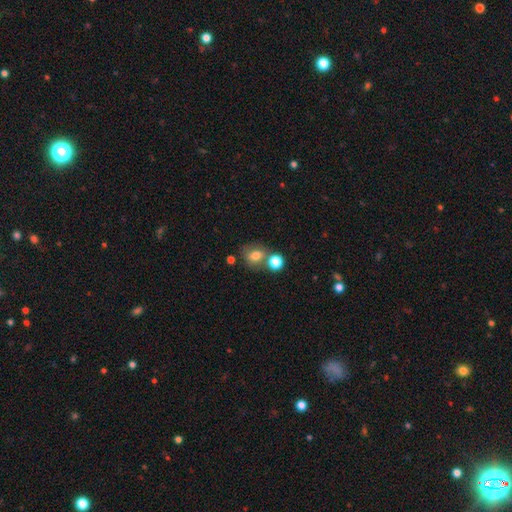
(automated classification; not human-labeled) Smooth or featured: smooth — 73% (featured or disk — 15%)
How rounded: round — 54% (in between — 45%)
Merging: none — 51% (merger — 29%)